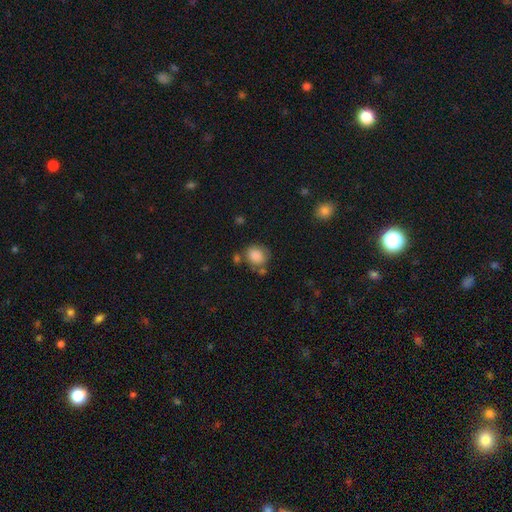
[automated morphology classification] Smooth or featured?
  - smooth: 86% *
  - star or artifact: 9%
  - featured or disk: 5%
How rounded?
  - round: 66% *
  - in between: 33%
  - cigar-shaped: 1%
Merging?
  - none: 62% *
  - minor disturbance: 18%
  - merger: 13%
  - major disturbance: 7%